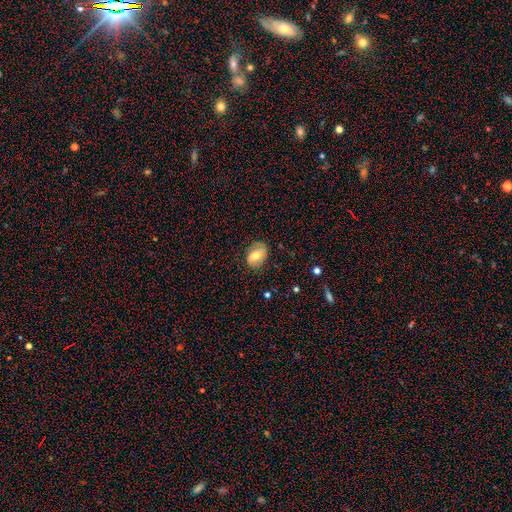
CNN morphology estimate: Smooth or featured? smooth (57%)
How rounded? in between (73%)
Merging? none (75%)